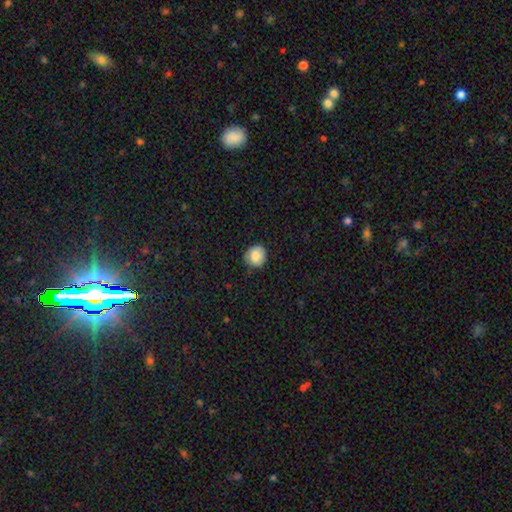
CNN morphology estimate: Q: Smooth or featured?
A: smooth (85%); runner-up: star or artifact (8%)
Q: How rounded?
A: round (85%); runner-up: in between (14%)
Q: Merging?
A: none (81%); runner-up: minor disturbance (15%)